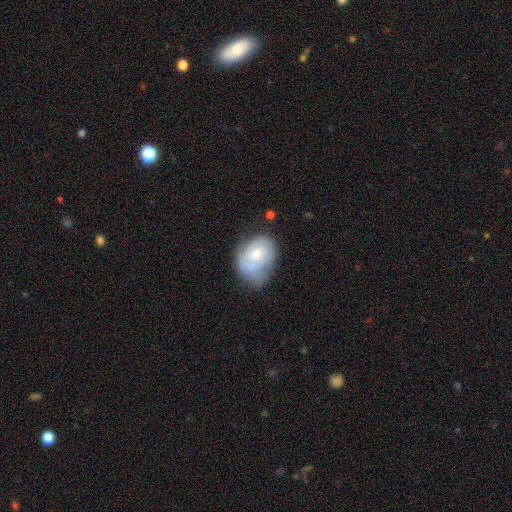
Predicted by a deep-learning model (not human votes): Smooth or featured: smooth — 47% (featured or disk — 46%)
Merging: none — 39% (minor disturbance — 37%)